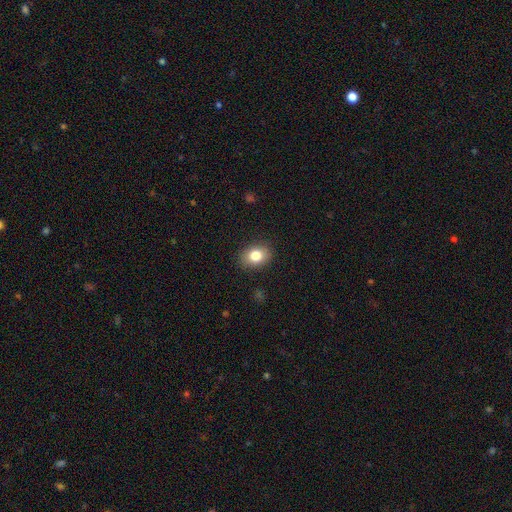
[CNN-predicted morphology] Smooth or featured?
  - smooth: 81% *
  - featured or disk: 9%
  - star or artifact: 9%
How rounded?
  - in between: 65% *
  - round: 33%
  - cigar-shaped: 1%
Merging?
  - none: 87% *
  - minor disturbance: 9%
  - major disturbance: 3%
  - merger: 1%